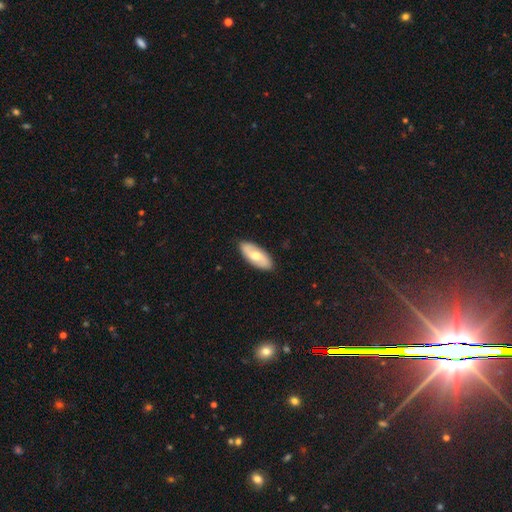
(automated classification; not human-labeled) Smooth or featured: smooth — 49% (featured or disk — 46%)
Merging: none — 88% (minor disturbance — 9%)